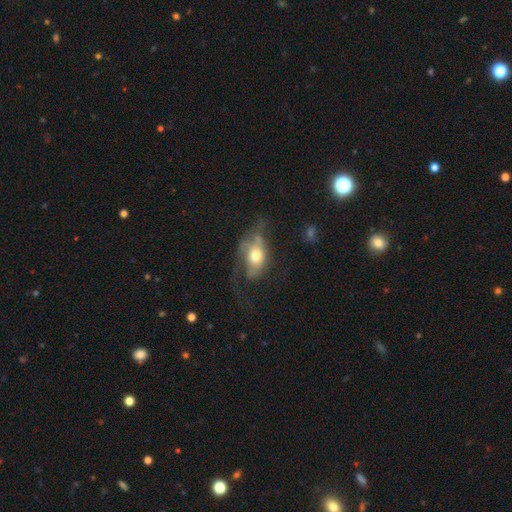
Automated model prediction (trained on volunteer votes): smooth_or_featured: featured or disk (p=0.46) [tied with: smooth p=0.46]
merging: major disturbance (p=0.42) [alt: none p=0.30]